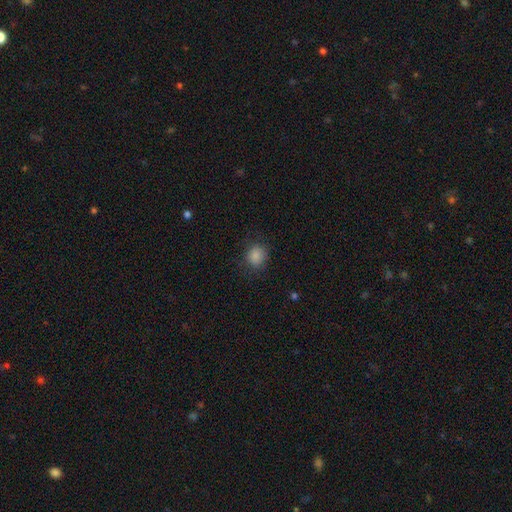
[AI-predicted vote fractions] The model was most divided on "how rounded": round: 78%, in between: 21%, cigar-shaped: 1%. More confident: smooth or featured — smooth (85%); merging — none (80%).